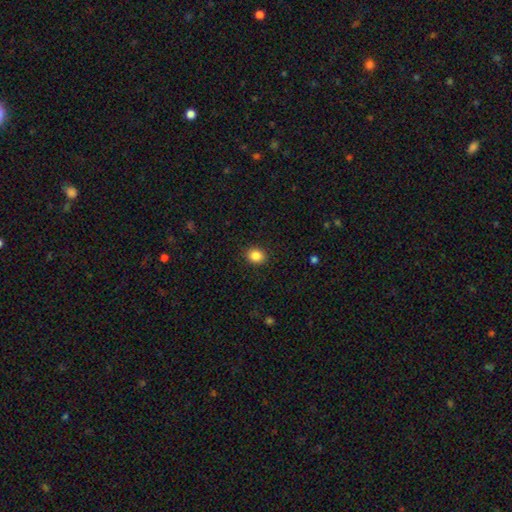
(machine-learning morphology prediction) Smooth or featured? smooth (86%)
How rounded? round (62%)
Merging? none (90%)